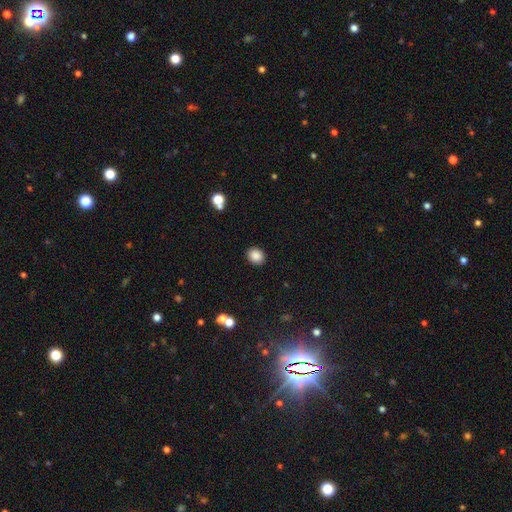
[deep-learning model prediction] Q: Smooth or featured?
A: smooth (87%); runner-up: star or artifact (9%)
Q: How rounded?
A: round (62%); runner-up: in between (38%)
Q: Merging?
A: none (91%); runner-up: minor disturbance (6%)